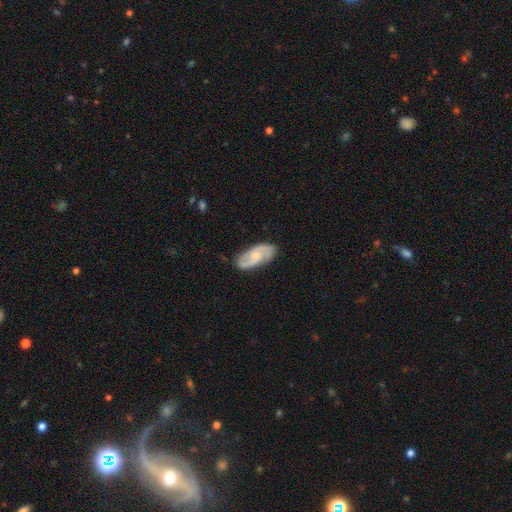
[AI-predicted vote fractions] Smooth or featured? featured or disk (73%)
Edge-on disk? no (95%)
Bar? no (56%)
Spiral arms? yes (94%)
Spiral winding? medium (49%)
Spiral arm count? 2 (83%)
Bulge size? small (54%)
Merging? none (79%)